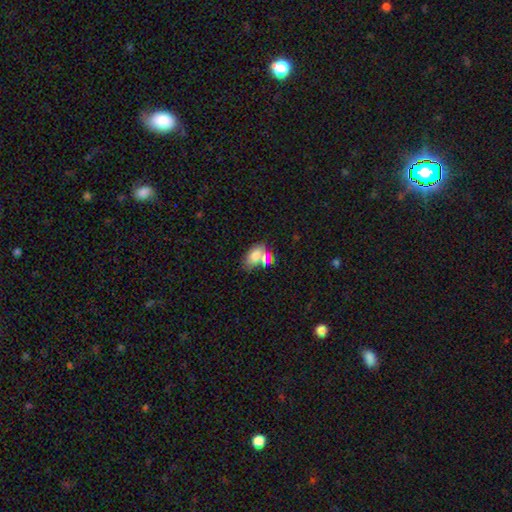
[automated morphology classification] Smooth or featured?
  - smooth: 71% *
  - star or artifact: 17%
  - featured or disk: 12%
How rounded?
  - in between: 87% *
  - round: 11%
  - cigar-shaped: 2%
Merging?
  - none: 55% *
  - merger: 24%
  - minor disturbance: 15%
  - major disturbance: 6%